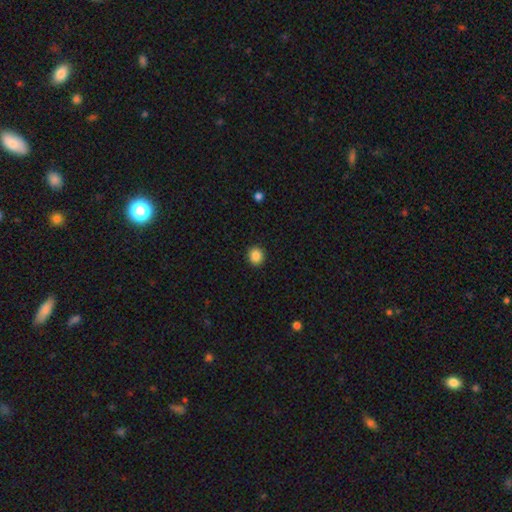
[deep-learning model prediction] Overall: smooth (87%). How rounded: round (84%). Merging: none (92%).